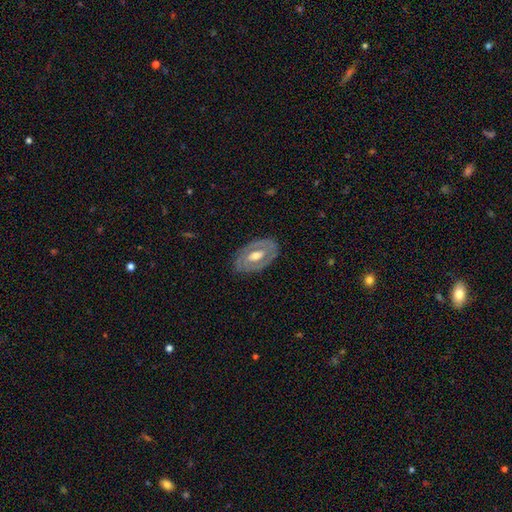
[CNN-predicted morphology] This appears to be a featured or disk galaxy (66%) with no bar (51%), no spiral arms (69%) and a moderate central bulge (68%). Merging: none (82%).